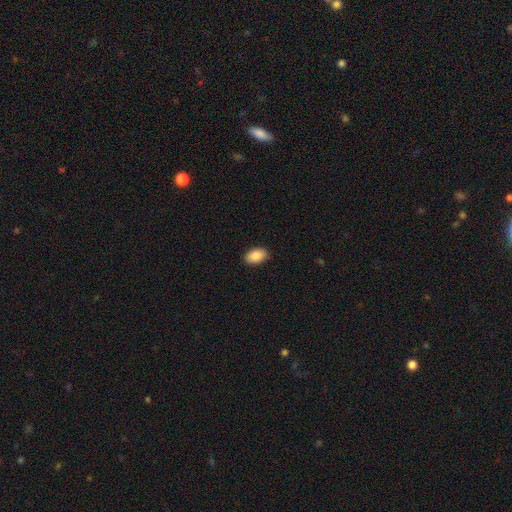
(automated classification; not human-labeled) Smooth or featured? Predicted: smooth (p=0.90). How rounded? Predicted: in between (p=0.91). Merging? Predicted: none (p=0.89).